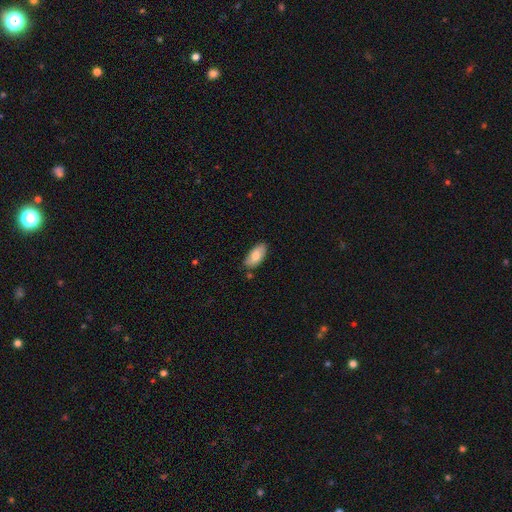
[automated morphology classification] Smooth or featured? Predicted: smooth (p=0.77). How rounded? Predicted: in between (p=0.93). Merging? Predicted: none (p=0.79).